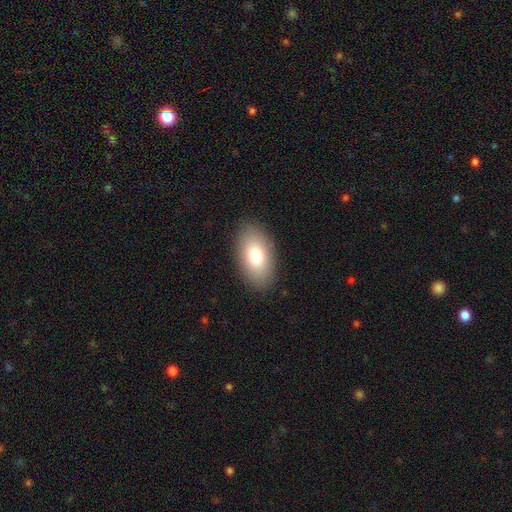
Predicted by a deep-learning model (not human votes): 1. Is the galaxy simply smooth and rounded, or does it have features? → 79% smooth, 13% featured or disk, 8% star or artifact.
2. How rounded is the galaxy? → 94% in between, 4% round, 2% cigar-shaped.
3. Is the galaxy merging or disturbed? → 87% none, 9% minor disturbance, 3% major disturbance, 1% merger.